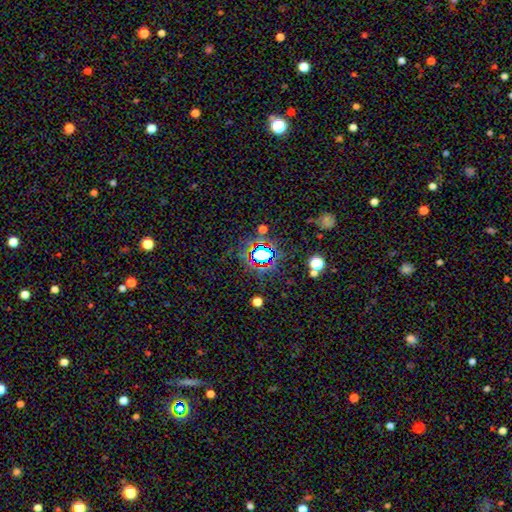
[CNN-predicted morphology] Smooth or featured?
  - star or artifact: 70% *
  - smooth: 19%
  - featured or disk: 11%